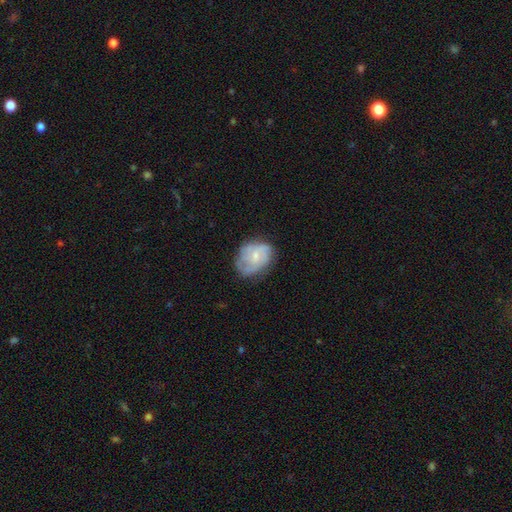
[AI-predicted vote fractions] A featured or disk galaxy (61%) with no bar (66%), spiral arms (80%) and a small central bulge (58%).

Vote fractions:
- Smooth or featured? featured or disk: 61% / smooth: 32% / star or artifact: 7%
- Edge-on disk? no: 98% / yes: 2%
- Bar? no: 66% / weak: 30% / strong: 4%
- Spiral arms? yes: 80% / no: 20%
- Bulge size? small: 58% / moderate: 35% / none: 5% / large: 2% / dominant: 1%
- Merging? none: 60% / minor disturbance: 28% / major disturbance: 11% / merger: 2%